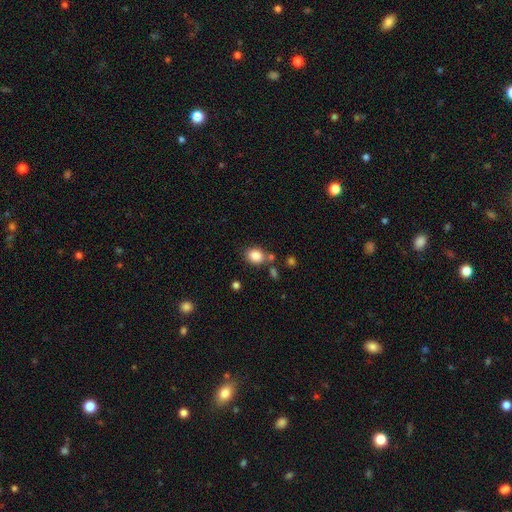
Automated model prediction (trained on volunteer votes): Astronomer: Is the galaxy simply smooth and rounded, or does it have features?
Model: smooth — 85%.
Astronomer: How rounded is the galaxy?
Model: round — 51% (runner-up: in between, 48%).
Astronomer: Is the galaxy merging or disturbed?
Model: none — 68%.